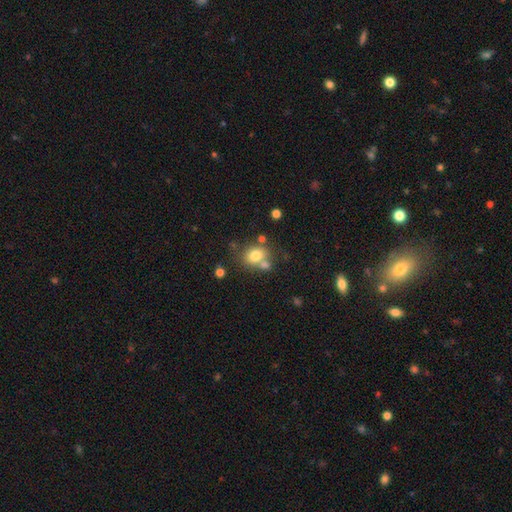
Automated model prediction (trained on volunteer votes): smooth 76%, featured or disk 13%, star or artifact 11%. Down the decision tree: how rounded — round (56%); merging — none (56%).